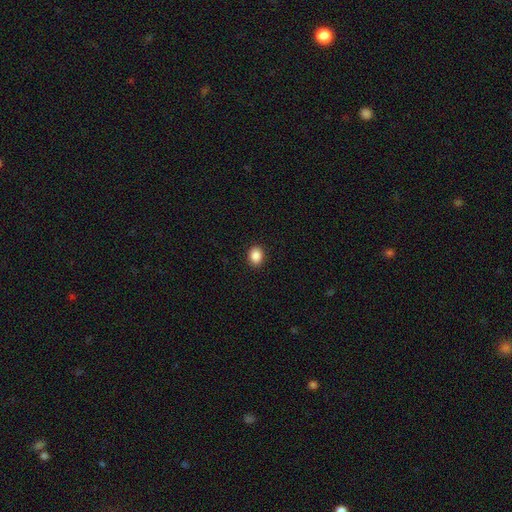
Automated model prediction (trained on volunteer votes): Q: Smooth or featured?
A: smooth (88%); runner-up: star or artifact (9%)
Q: How rounded?
A: in between (51%); runner-up: round (48%)
Q: Merging?
A: none (92%); runner-up: minor disturbance (6%)